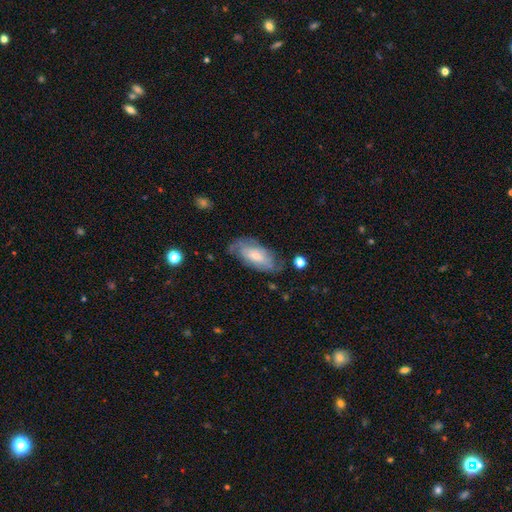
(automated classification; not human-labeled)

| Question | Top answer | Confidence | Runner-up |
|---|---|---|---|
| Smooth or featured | featured or disk | 50% | smooth (43%) |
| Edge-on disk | no | 89% | yes (11%) |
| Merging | none | 65% | minor disturbance (24%) |